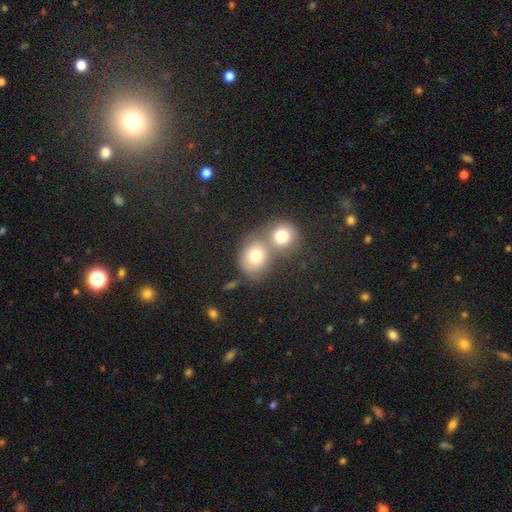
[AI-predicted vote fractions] Morphology: type=smooth (74%); roundness=round (70%); merging=merger (54%).